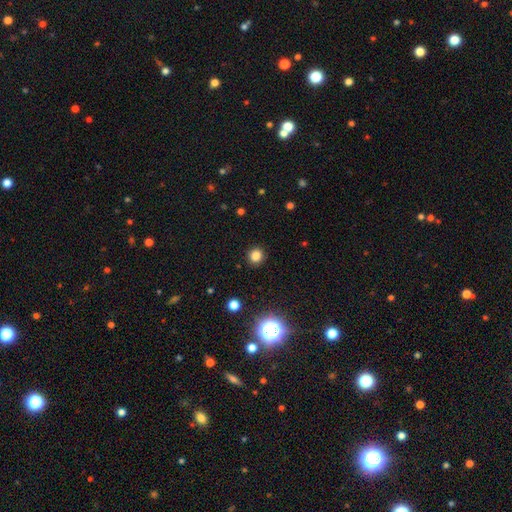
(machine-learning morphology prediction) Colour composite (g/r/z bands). It shows a smooth galaxy with no disk features (81%) that is round (89%). Merging: none (91%).